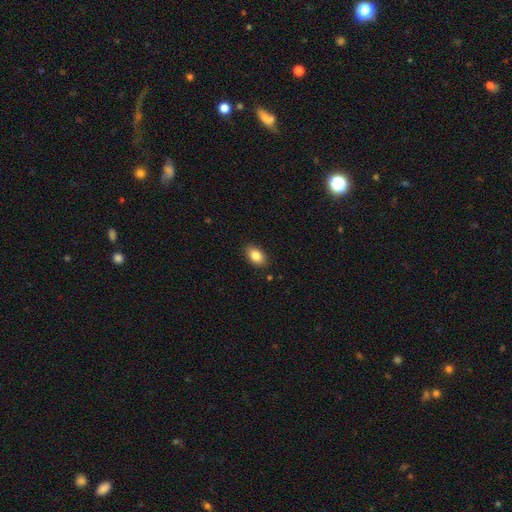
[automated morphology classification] smooth-or-featured: smooth: 85% | star or artifact: 8% | featured or disk: 7%
  how-rounded: in between: 90% | round: 9% | cigar-shaped: 2%
  merging: none: 88% | minor disturbance: 9% | major disturbance: 2% | merger: 1%